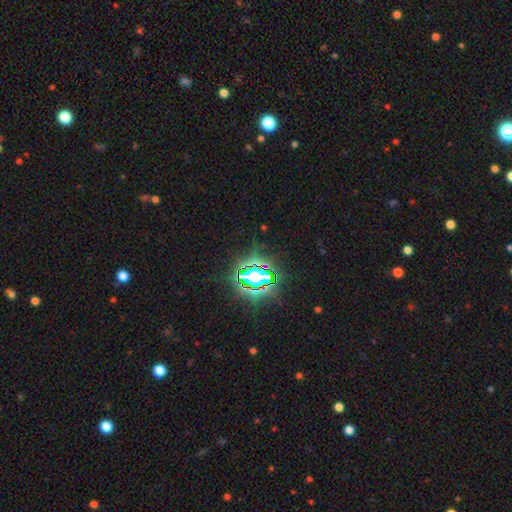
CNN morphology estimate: Smooth or featured?
  - star or artifact: 81% *
  - smooth: 11%
  - featured or disk: 8%